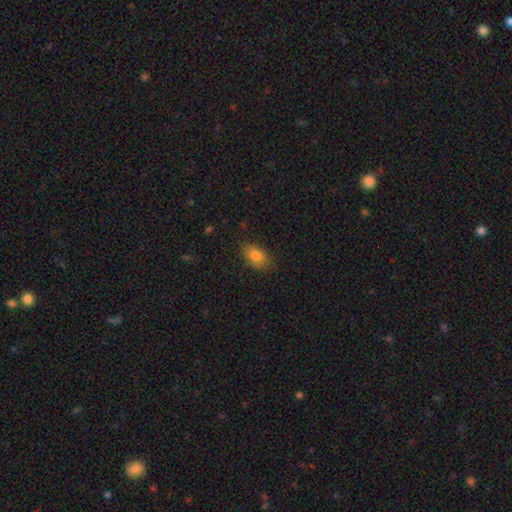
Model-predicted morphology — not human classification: This is clearly a smooth galaxy (81%). How rounded: clearly in between (86%). Merging: likely none (78%).